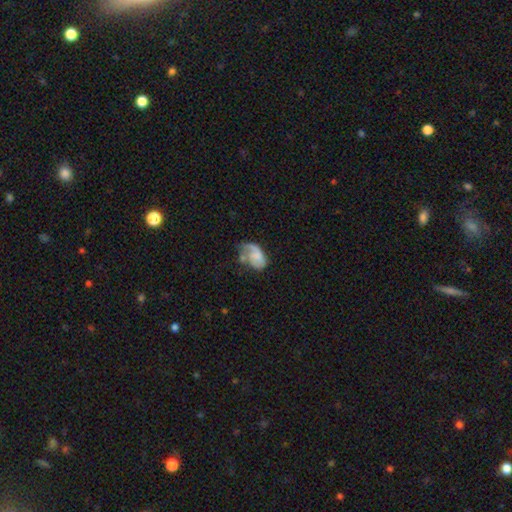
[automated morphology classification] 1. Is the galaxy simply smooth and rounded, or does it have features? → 47% smooth, 45% featured or disk, 8% star or artifact.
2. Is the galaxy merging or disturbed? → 32% major disturbance, 28% none, 27% minor disturbance, 13% merger.